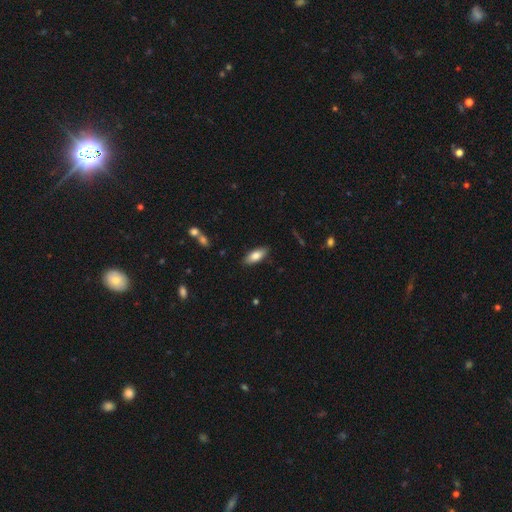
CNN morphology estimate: type=smooth (80%); roundness=in between (82%); merging=none (87%).